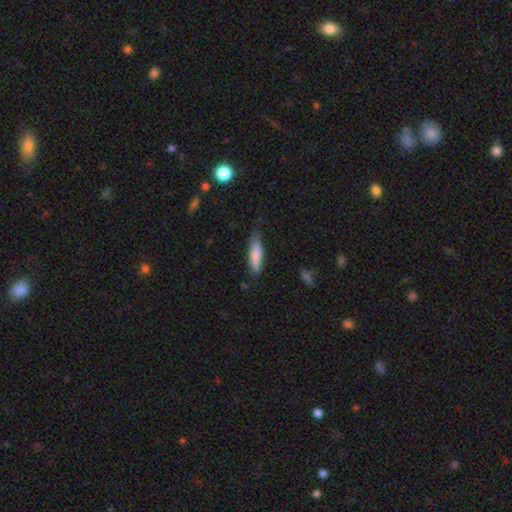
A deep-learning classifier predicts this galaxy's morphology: Overall: smooth (81%). How rounded: cigar-shaped (62%; in between 37%). Merging: none (66%; minor disturbance 26%).